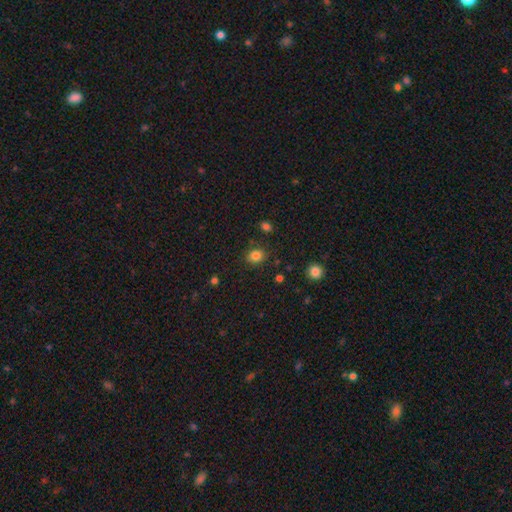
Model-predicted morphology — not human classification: A smooth galaxy with no disk features (83%) that is round (57%). Merging: none (84%).